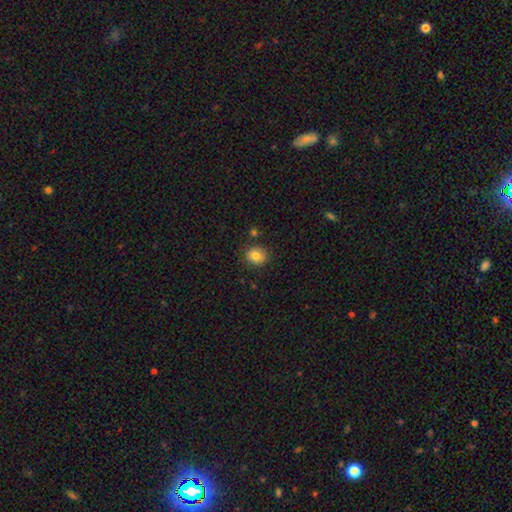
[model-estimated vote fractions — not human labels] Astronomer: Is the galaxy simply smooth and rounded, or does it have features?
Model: smooth — 81%.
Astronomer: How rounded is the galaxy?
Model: round — 75%.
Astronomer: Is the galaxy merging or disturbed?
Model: none — 85%.